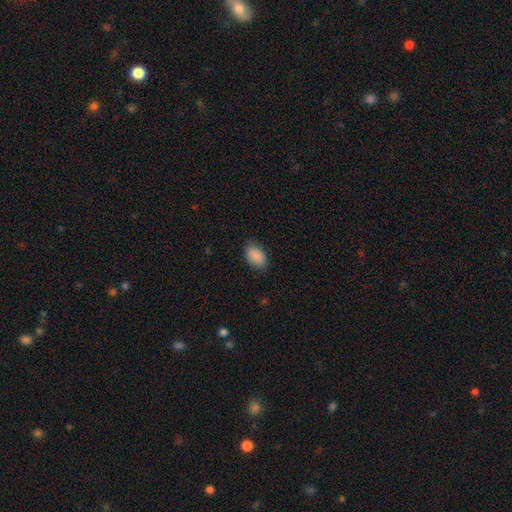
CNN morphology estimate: This appears to be a smooth galaxy with no disk features (90%) that is in between round and cigar-shaped (93%). Merging: none (83%).